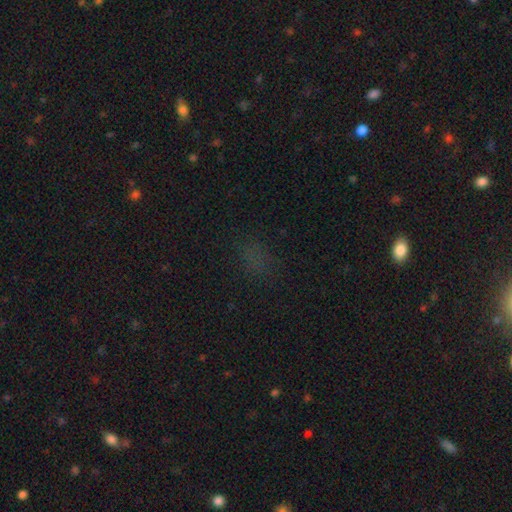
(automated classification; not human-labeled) smooth_or_featured: smooth (p=0.45) [tied with: star or artifact p=0.45]
merging: none (p=0.79) [alt: minor disturbance p=0.12]